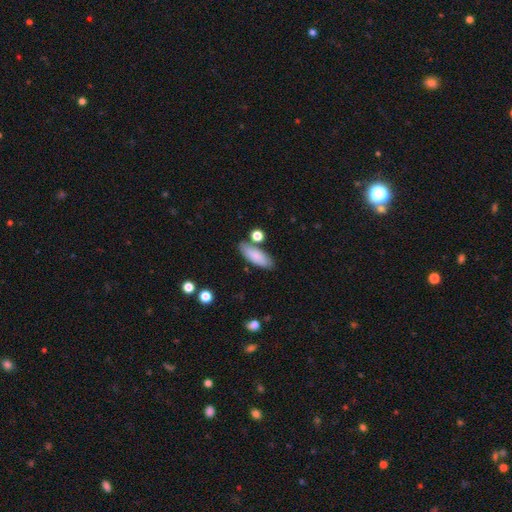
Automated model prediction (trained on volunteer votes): Smooth or featured? Predicted: smooth (p=0.82). How rounded? Predicted: in between (p=0.70). Merging? Predicted: none (p=0.74).